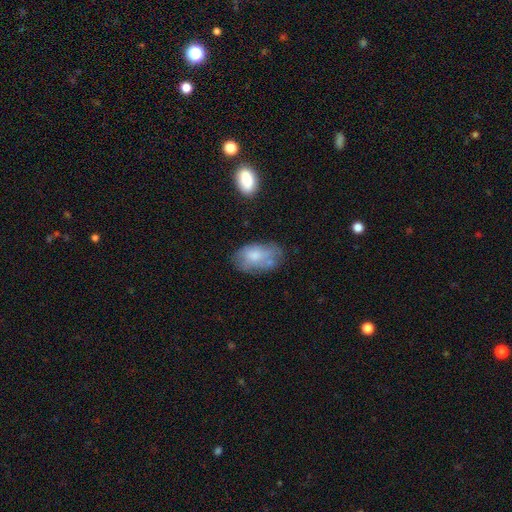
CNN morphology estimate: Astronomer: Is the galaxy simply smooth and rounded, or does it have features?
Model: smooth — 62%.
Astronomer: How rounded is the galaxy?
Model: in between — 91%.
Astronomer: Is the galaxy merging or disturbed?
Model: none — 49% (runner-up: minor disturbance, 30%).